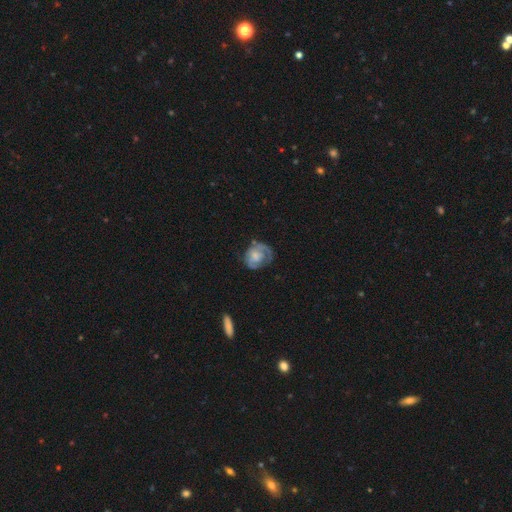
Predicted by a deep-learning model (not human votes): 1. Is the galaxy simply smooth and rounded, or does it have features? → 60% featured or disk, 33% smooth, 7% star or artifact.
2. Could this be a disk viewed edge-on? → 97% no, 3% yes.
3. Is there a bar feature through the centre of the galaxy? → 73% no, 23% weak, 4% strong.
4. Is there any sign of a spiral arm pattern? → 69% yes, 31% no.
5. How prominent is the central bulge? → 38% small, 33% moderate, 19% none, 9% large, 2% dominant.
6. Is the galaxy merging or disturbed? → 49% none, 26% minor disturbance, 23% major disturbance, 3% merger.